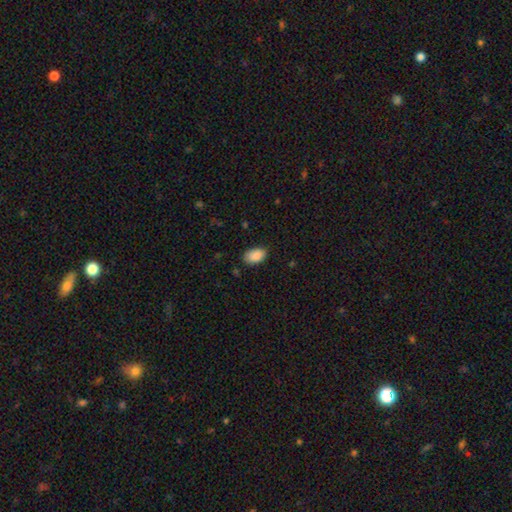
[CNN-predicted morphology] Smooth or featured? smooth (90%)
How rounded? in between (93%)
Merging? none (83%)